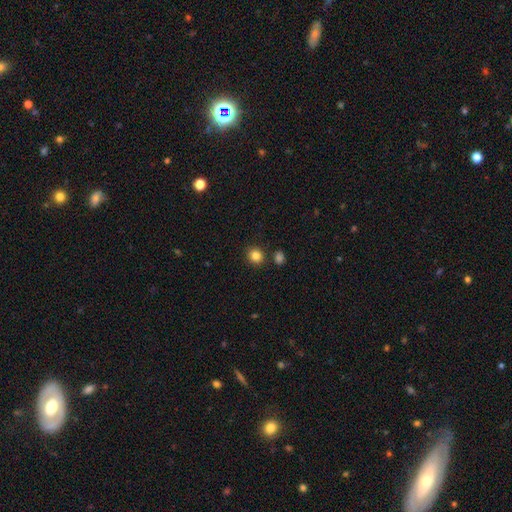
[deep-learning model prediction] This appears to be a smooth galaxy with no disk features (84%) that is round (82%). Merging: none (85%).